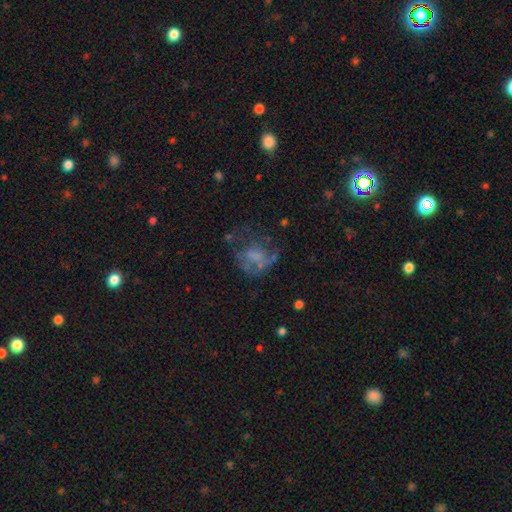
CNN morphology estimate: featured or disk 51%, smooth 31%, star or artifact 19%. Down the decision tree: edge-on disk — no (97%); merging — none (40%).